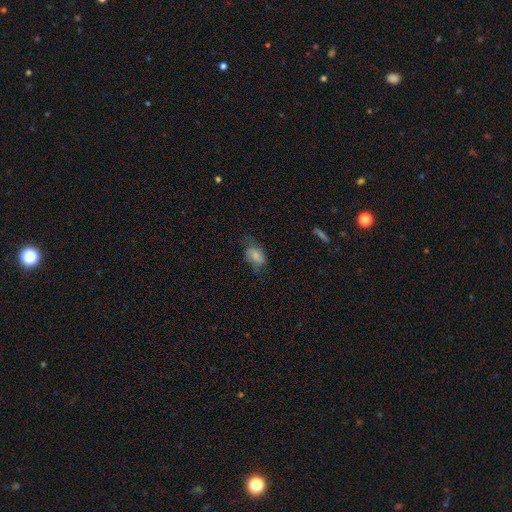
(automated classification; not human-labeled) Overall: smooth (70%). How rounded: in between (87%). Merging: none (52%; minor disturbance 29%).